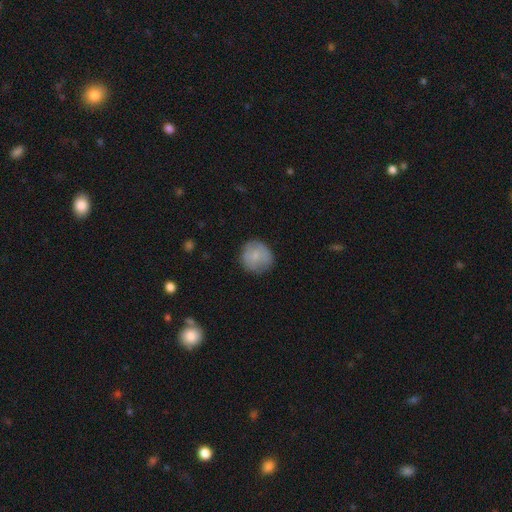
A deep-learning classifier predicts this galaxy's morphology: smooth 74%, featured or disk 19%, star or artifact 7%. Down the decision tree: how rounded — round (90%); merging — none (76%).